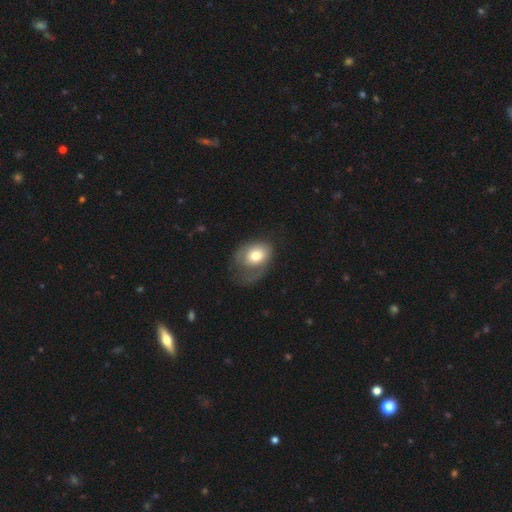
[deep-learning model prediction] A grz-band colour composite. It shows a smooth galaxy with no disk features (66%) that is in between round and cigar-shaped (67%). Merging: major disturbance (39%).